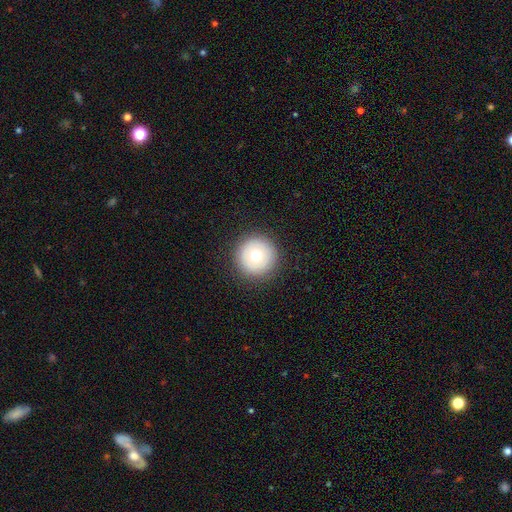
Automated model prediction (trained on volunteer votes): A smooth galaxy with no disk features (69%) that is round (96%). Merging: none (90%).